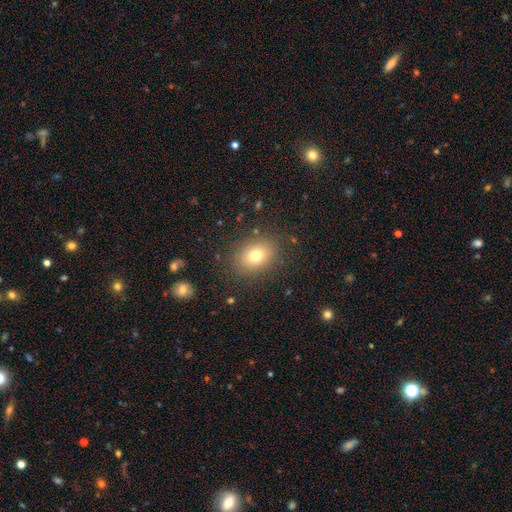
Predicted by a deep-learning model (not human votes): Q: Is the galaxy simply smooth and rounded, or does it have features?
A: smooth — 75%.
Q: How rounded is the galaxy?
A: in between — 63%.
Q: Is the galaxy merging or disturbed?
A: none — 84%.